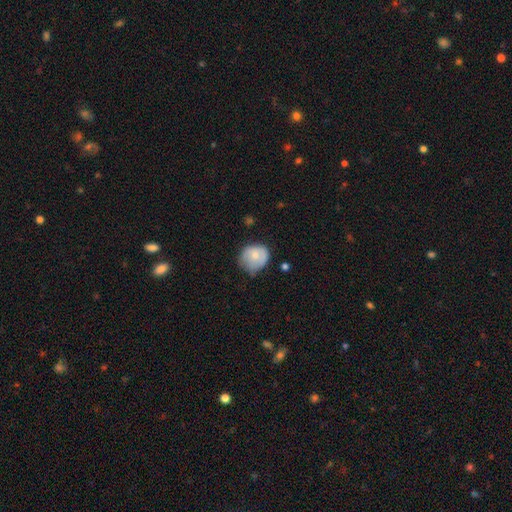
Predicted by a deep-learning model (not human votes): smooth-or-featured: smooth: 70% | featured or disk: 23% | star or artifact: 7%
  how-rounded: round: 71% | in between: 29% | cigar-shaped: 1%
  merging: none: 48% | minor disturbance: 39% | major disturbance: 11% | merger: 2%